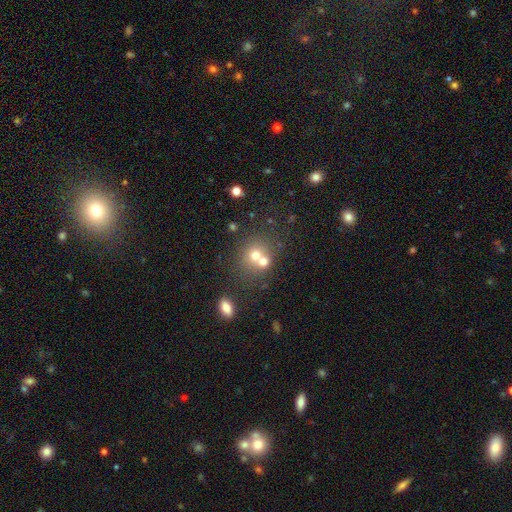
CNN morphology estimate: Smooth or featured? Predicted: smooth (p=0.66). How rounded? Predicted: round (p=0.79). Merging? Predicted: merger (p=0.46).